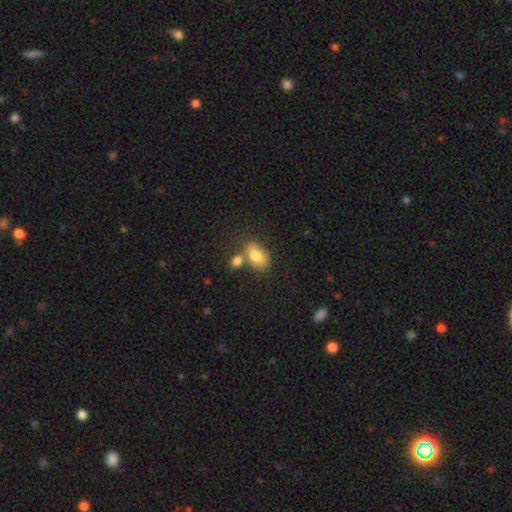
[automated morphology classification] Smooth or featured?
  - smooth: 80% *
  - featured or disk: 13%
  - star or artifact: 8%
How rounded?
  - in between: 87% *
  - round: 11%
  - cigar-shaped: 2%
Merging?
  - none: 51% *
  - merger: 30%
  - minor disturbance: 14%
  - major disturbance: 5%